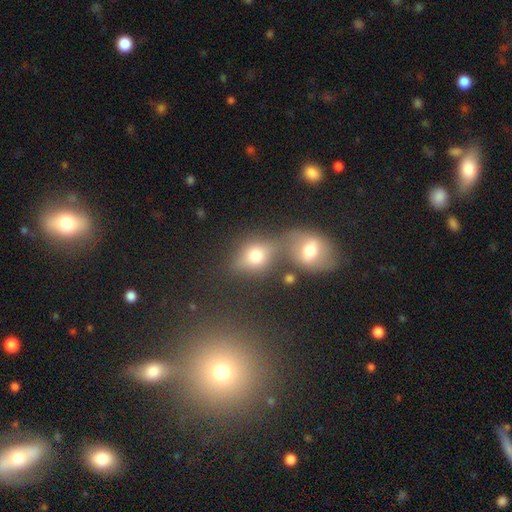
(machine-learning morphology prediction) This appears to be a smooth galaxy with no disk features (69%) that is round (53%). Merging: merger (50%).